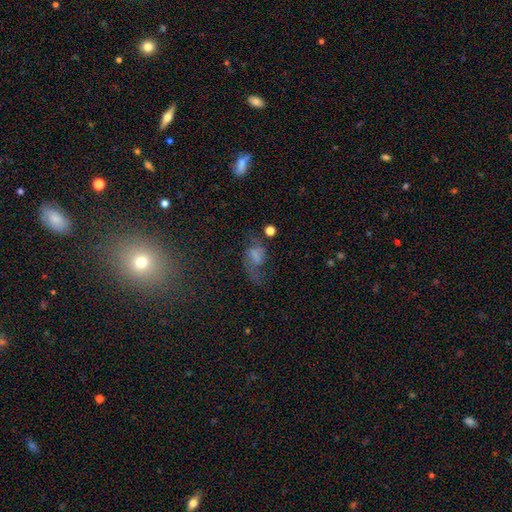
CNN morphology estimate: Overall: featured or disk (48%; smooth 35%). Merging: none (43%; major disturbance 30%).